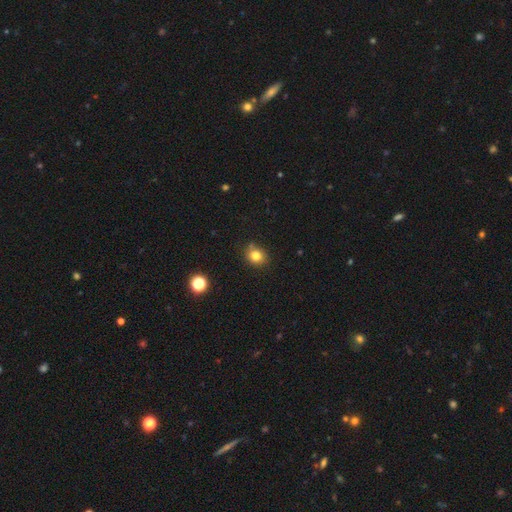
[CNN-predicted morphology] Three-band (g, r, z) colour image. It shows a smooth galaxy with no disk features (81%) that is round (69%). Merging: none (77%).